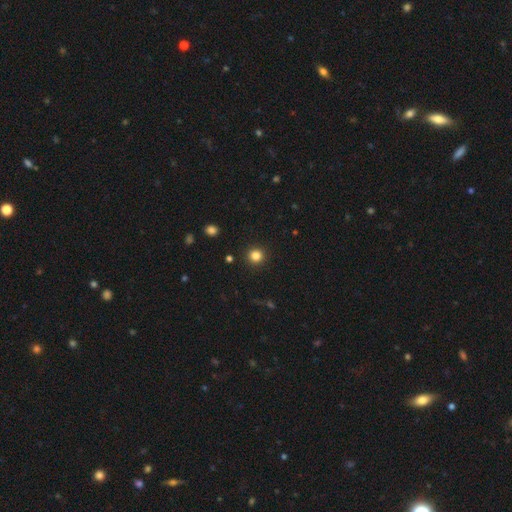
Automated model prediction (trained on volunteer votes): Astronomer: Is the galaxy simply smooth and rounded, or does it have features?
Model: smooth — 83%.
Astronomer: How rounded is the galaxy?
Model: round — 94%.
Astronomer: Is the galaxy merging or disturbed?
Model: none — 92%.